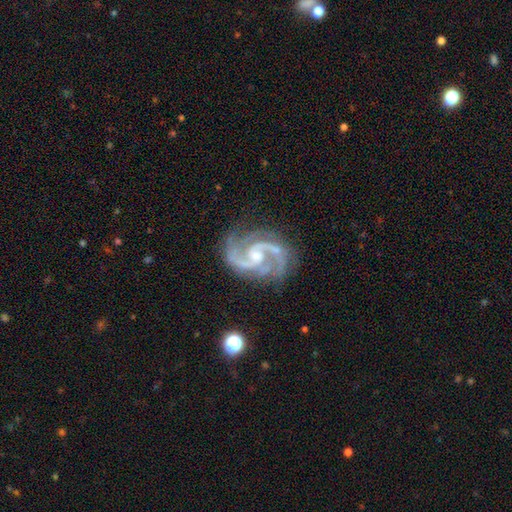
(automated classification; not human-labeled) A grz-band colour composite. It shows a featured or disk galaxy (94%) with a weak bar (44%), 2 (80%) medium (65%) spiral arms (99%) and a small central bulge (46%). Merging: none (74%).